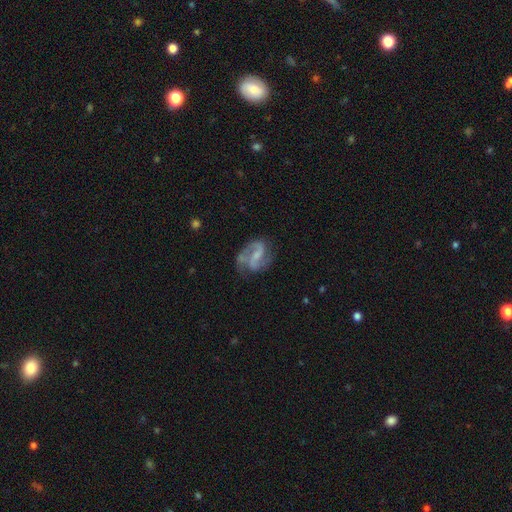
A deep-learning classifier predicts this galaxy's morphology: A featured or disk galaxy (83%) with a weak bar (47%), 2 (86%) medium (49%) spiral arms (93%) and a small central bulge (43%). Merging: none (61%).